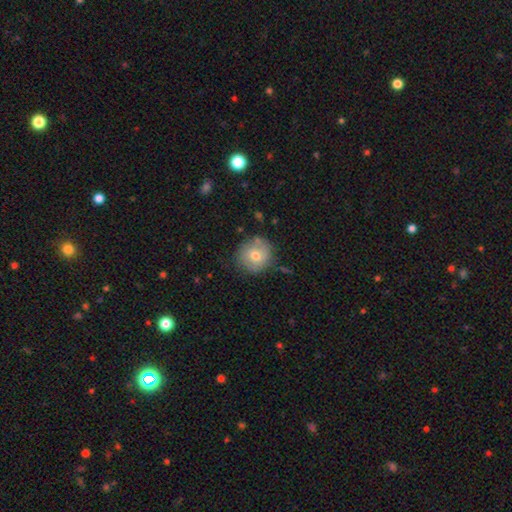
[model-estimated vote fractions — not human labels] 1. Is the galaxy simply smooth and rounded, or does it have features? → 68% smooth, 24% featured or disk, 8% star or artifact.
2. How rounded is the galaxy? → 92% round, 7% in between, 1% cigar-shaped.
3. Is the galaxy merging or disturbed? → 78% none, 15% minor disturbance, 4% major disturbance, 3% merger.